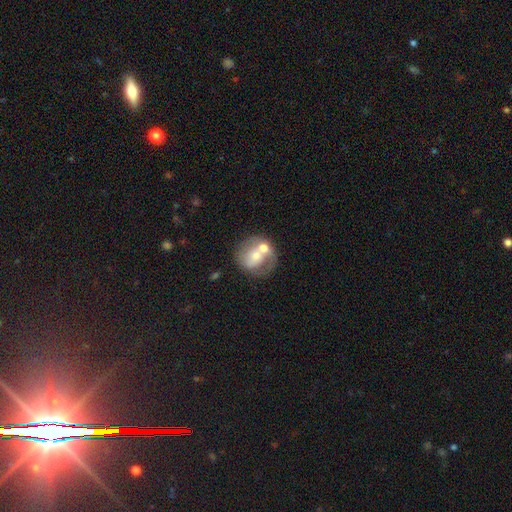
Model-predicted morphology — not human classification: Smooth or featured?
  - featured or disk: 48% *
  - smooth: 45%
  - star or artifact: 7%
Merging?
  - merger: 48% *
  - none: 29%
  - minor disturbance: 13%
  - major disturbance: 10%